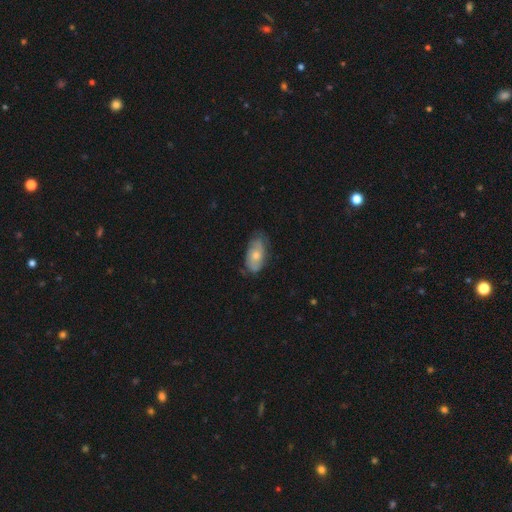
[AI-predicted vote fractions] smooth 60%, featured or disk 33%, star or artifact 6%. Down the decision tree: how rounded — in between (92%); merging — none (65%).